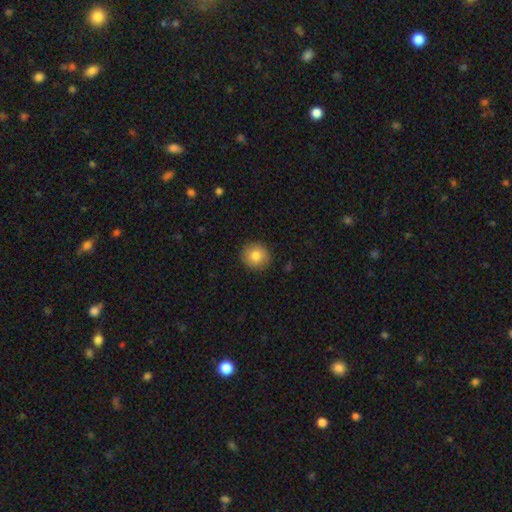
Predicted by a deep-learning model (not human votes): This appears to be a smooth galaxy with no disk features (82%) that is round (91%). Merging: none (90%).